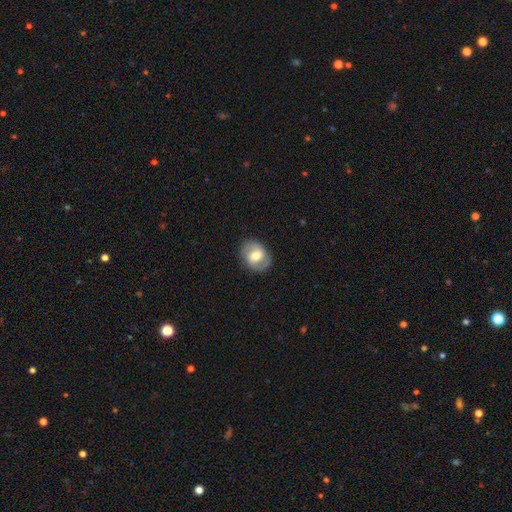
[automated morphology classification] Smooth or featured? featured or disk (58%)
Edge-on disk? no (96%)
Bar? weak (45%)
Spiral arms? yes (74%)
Bulge size? moderate (66%)
Merging? none (81%)